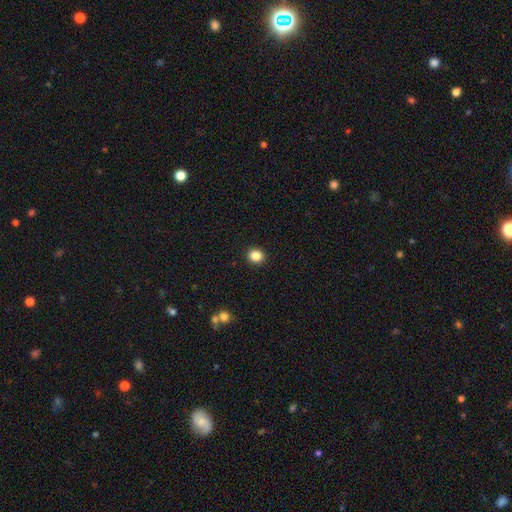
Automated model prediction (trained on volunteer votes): Morphology: type=smooth (85%); roundness=round (76%); merging=none (92%).